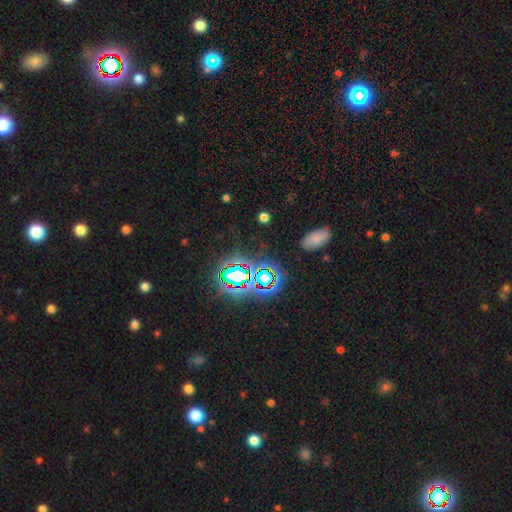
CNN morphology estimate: This appears to be a star or artifact, not a galaxy (75%).